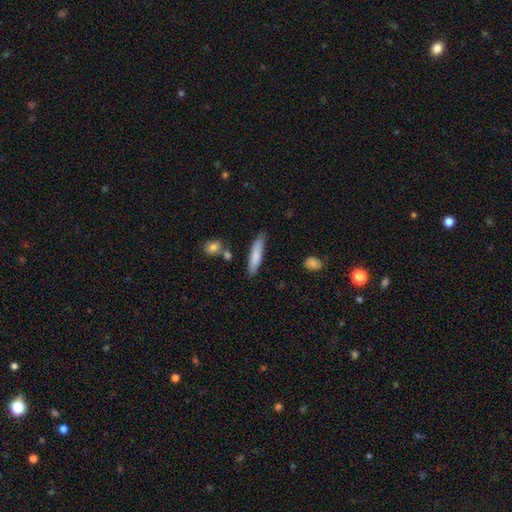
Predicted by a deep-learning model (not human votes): A smooth galaxy with no disk features (78%) that is cigar-shaped (80%). Merging: none (79%).